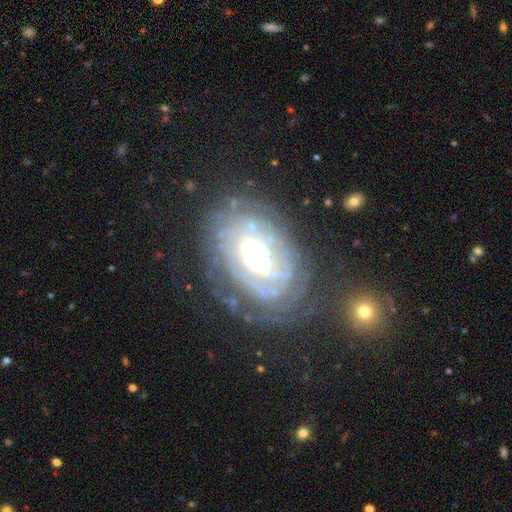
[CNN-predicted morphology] type=featured or disk (85%); edge-on=no (95%); bar=no (69%); spiral arms=yes (92%); winding=tight (75%); arm count=can't tell (44%); bulge=moderate (58%); merging=none (68%).